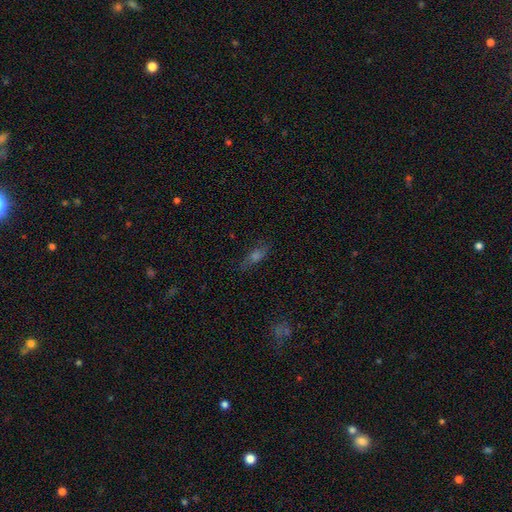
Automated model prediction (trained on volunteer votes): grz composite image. It shows a smooth galaxy with no disk features (45%). Merging: none (78%).